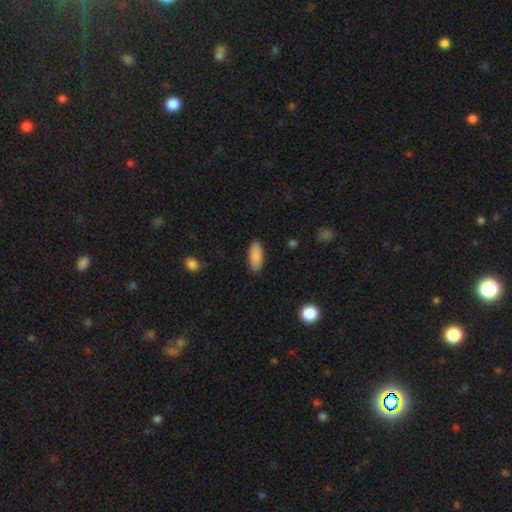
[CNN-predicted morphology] Overall: smooth (88%). How rounded: in between (82%). Merging: none (88%).